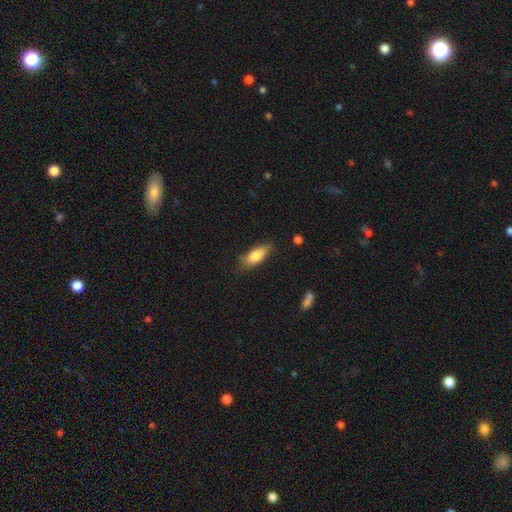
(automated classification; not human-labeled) Morphology: type=smooth (77%); roundness=in between (72%); merging=none (74%).